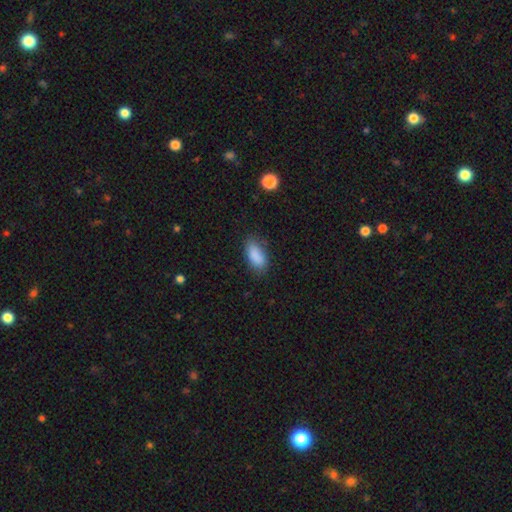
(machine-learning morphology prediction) smooth-or-featured: smooth: 87% | star or artifact: 8% | featured or disk: 5%
  how-rounded: in between: 89% | cigar-shaped: 8% | round: 3%
  merging: none: 75% | minor disturbance: 19% | major disturbance: 4% | merger: 2%